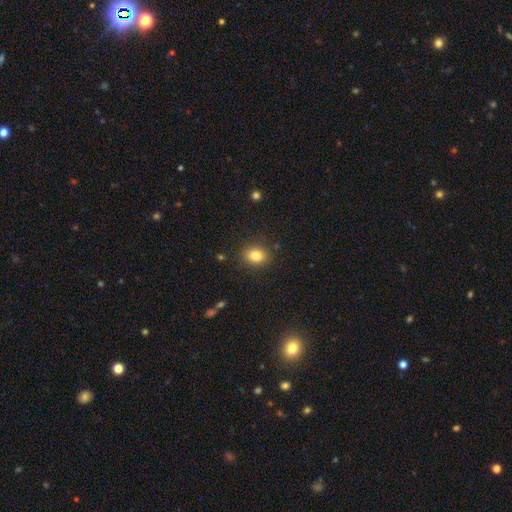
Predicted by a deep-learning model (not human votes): Overall: smooth (83%). How rounded: in between (51%; round 49%). Merging: none (86%).